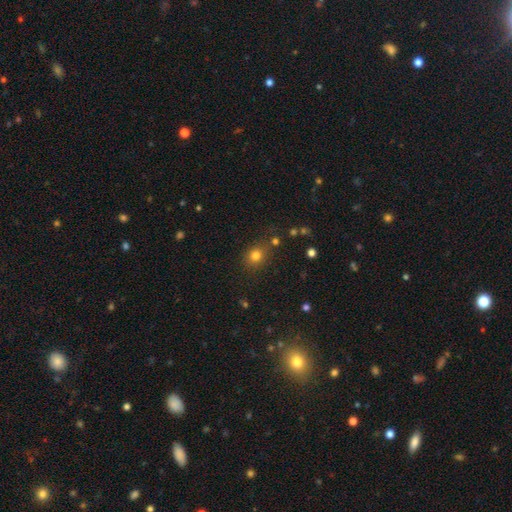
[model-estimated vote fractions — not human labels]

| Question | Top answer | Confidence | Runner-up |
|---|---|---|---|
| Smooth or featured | smooth | 78% | star or artifact (16%) |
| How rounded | round | 79% | in between (20%) |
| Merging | none | 77% | minor disturbance (12%) |